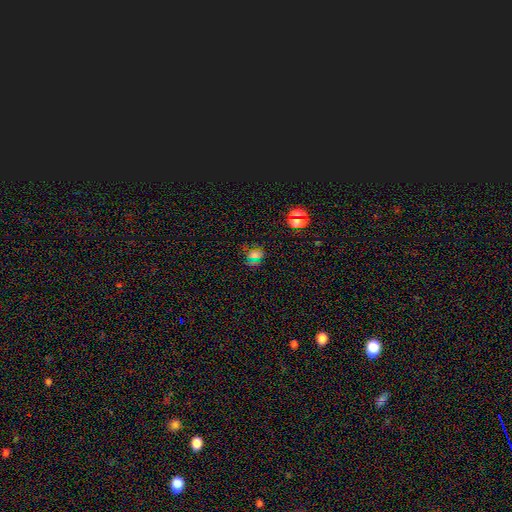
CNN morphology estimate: type=star or artifact (46%).